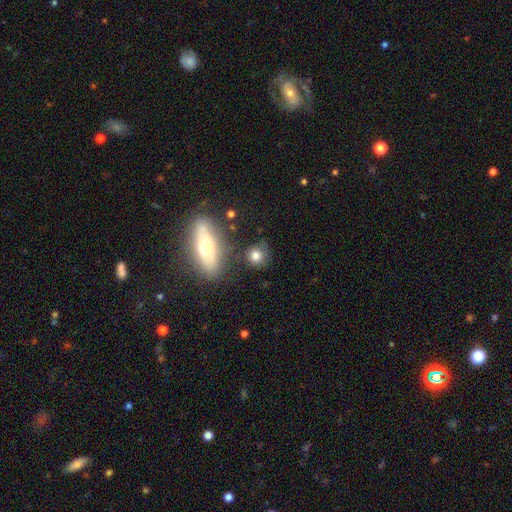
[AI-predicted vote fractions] This appears to be a smooth galaxy with no disk features (78%) that is round (81%). Merging: none (73%).